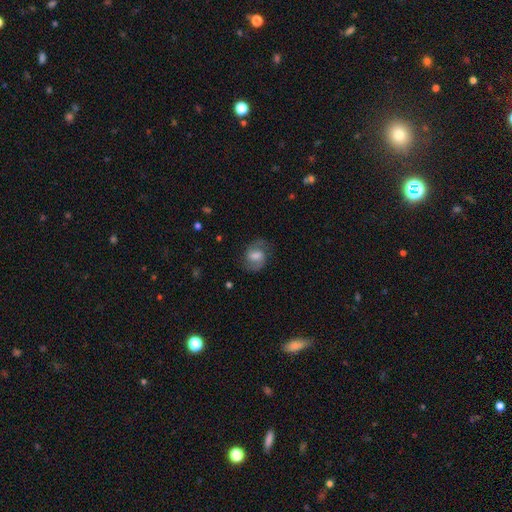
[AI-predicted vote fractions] A featured or disk galaxy (62%) with a weak bar (52%), 2 (88%) medium (51%) spiral arms (90%) and a moderate central bulge (38%). Merging: none (73%).